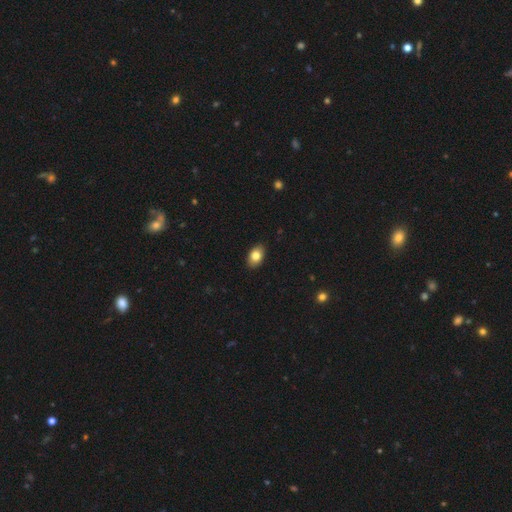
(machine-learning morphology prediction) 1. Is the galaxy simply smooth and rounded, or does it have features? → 82% smooth, 10% featured or disk, 8% star or artifact.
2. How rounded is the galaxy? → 87% in between, 12% round, 1% cigar-shaped.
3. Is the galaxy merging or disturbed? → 89% none, 9% minor disturbance, 2% major disturbance, 1% merger.